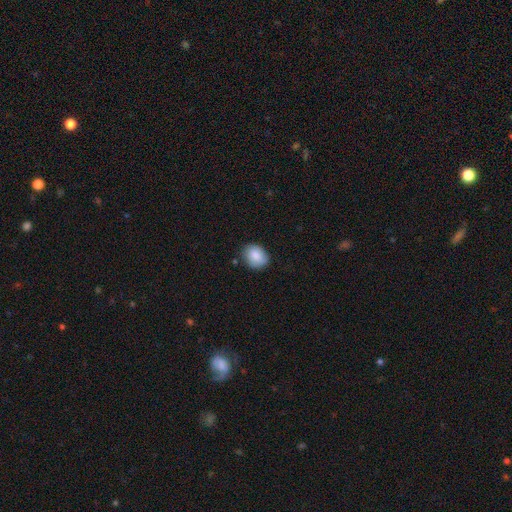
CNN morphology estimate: Overall: smooth (84%). How rounded: in between (55%; round 44%). Merging: none (77%).